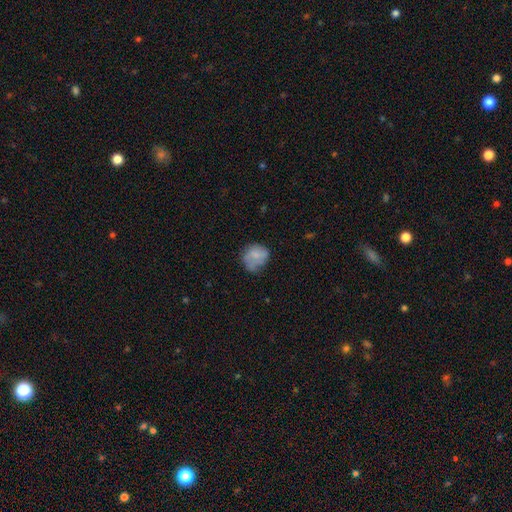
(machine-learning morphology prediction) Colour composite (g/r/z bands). It shows a smooth galaxy with no disk features (71%) that is round (67%). Merging: none (46%).